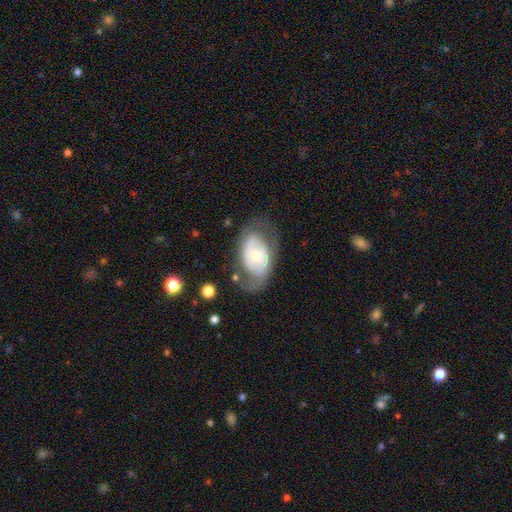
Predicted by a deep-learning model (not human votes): Smooth or featured?
  - featured or disk: 67% *
  - smooth: 27%
  - star or artifact: 6%
Edge-on disk?
  - no: 95% *
  - yes: 5%
Bar?
  - no: 69% *
  - weak: 25%
  - strong: 7%
Spiral arms?
  - yes: 70% *
  - no: 30%
Bulge size?
  - small: 50% *
  - moderate: 44%
  - large: 4%
  - none: 1%
  - dominant: 1%
Merging?
  - none: 57% *
  - minor disturbance: 23%
  - major disturbance: 17%
  - merger: 3%